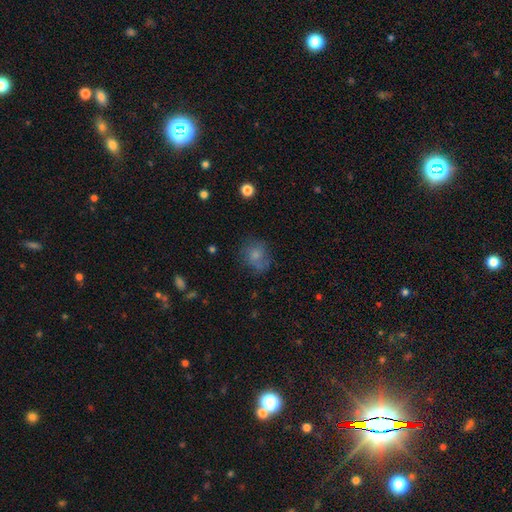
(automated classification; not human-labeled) smooth 72%, featured or disk 16%, star or artifact 12%. Down the decision tree: how rounded — round (69%); merging — none (57%).